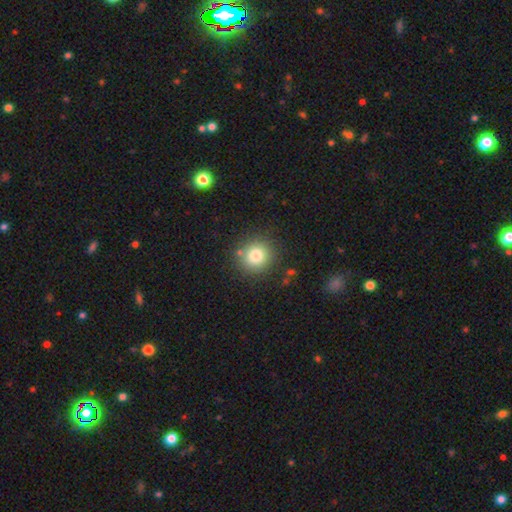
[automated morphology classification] Smooth or featured: smooth — 79% (star or artifact — 12%)
How rounded: round — 90% (in between — 9%)
Merging: none — 85% (minor disturbance — 9%)